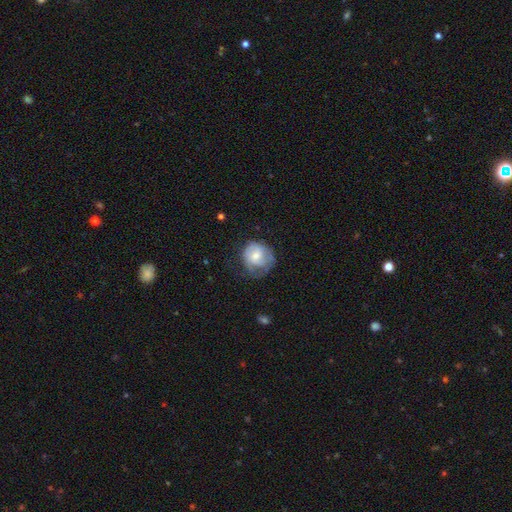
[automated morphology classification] smooth 49%, featured or disk 45%, star or artifact 7%. Down the decision tree: merging — none (47%).